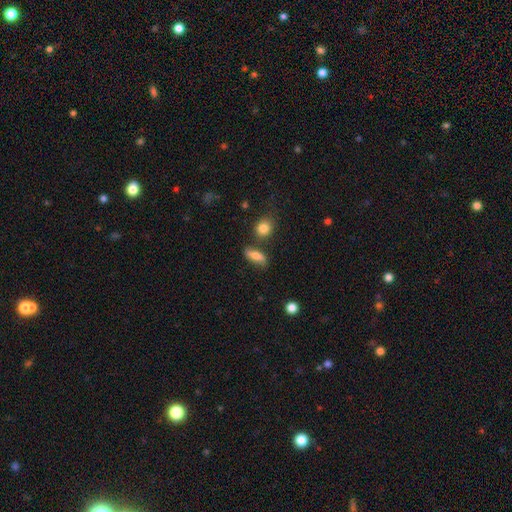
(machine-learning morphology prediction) Smooth or featured? Predicted: smooth (p=0.69). How rounded? Predicted: in between (p=0.61). Merging? Predicted: none (p=0.70).